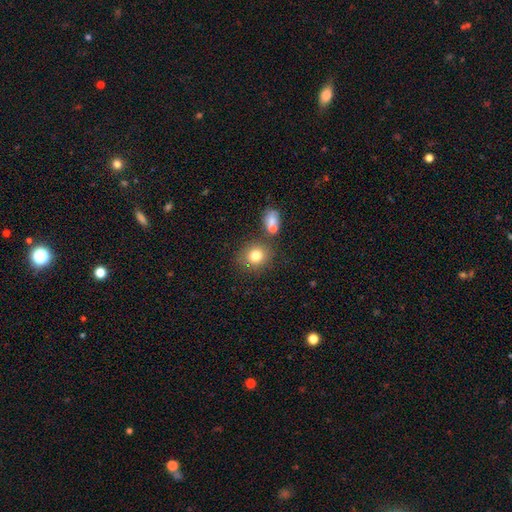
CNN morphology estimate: smooth-or-featured: smooth: 79% | star or artifact: 12% | featured or disk: 9%
  how-rounded: round: 78% | in between: 21% | cigar-shaped: 1%
  merging: none: 74% | merger: 12% | minor disturbance: 11% | major disturbance: 4%